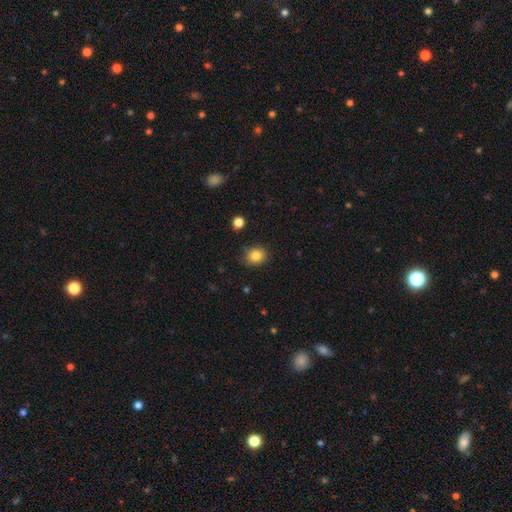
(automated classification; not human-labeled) smooth-or-featured: smooth: 83% | star or artifact: 11% | featured or disk: 6%
  how-rounded: round: 75% | in between: 24% | cigar-shaped: 1%
  merging: none: 83% | minor disturbance: 13% | major disturbance: 3% | merger: 2%